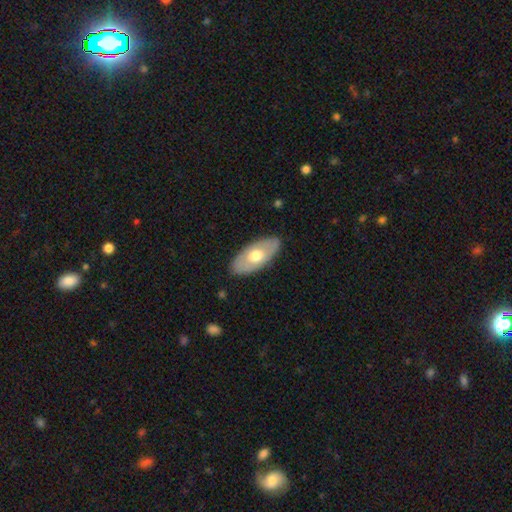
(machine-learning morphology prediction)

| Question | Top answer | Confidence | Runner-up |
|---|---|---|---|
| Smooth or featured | smooth | 57% | featured or disk (39%) |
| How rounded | in between | 90% | cigar-shaped (7%) |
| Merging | none | 85% | minor disturbance (11%) |